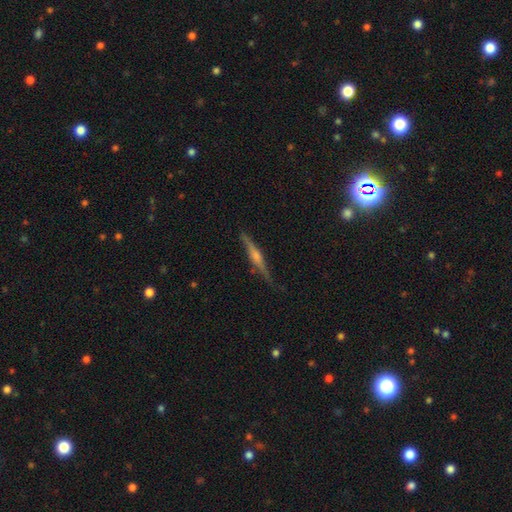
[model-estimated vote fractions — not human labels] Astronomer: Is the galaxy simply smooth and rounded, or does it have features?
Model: featured or disk — 73%.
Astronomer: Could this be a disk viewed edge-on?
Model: yes — 98%.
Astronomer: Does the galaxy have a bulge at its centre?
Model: rounded — 73%.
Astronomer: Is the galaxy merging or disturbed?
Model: none — 86%.